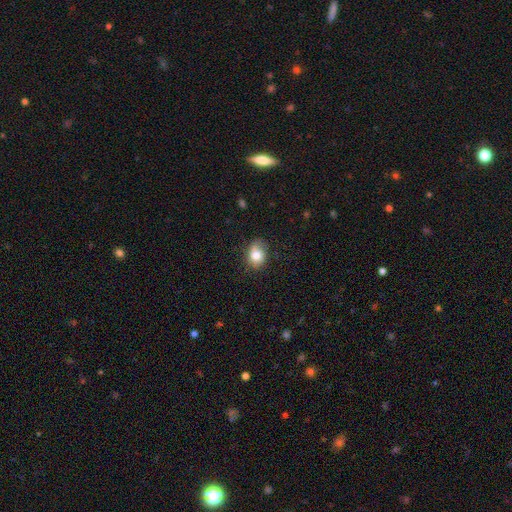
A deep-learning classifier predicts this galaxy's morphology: Smooth or featured? Predicted: smooth (p=0.79). How rounded? Predicted: in between (p=0.62). Merging? Predicted: none (p=0.64).